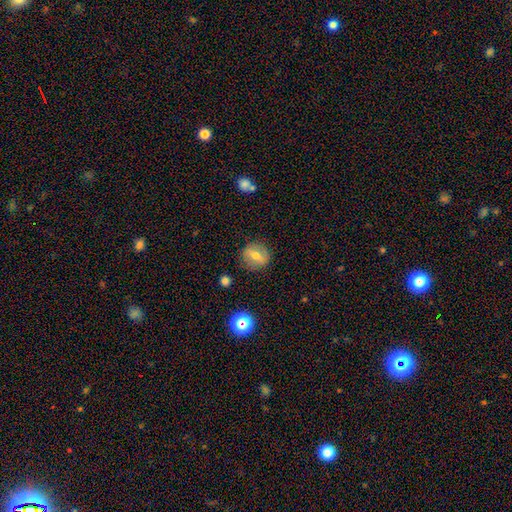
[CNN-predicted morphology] A smooth galaxy with no disk features (55%) that is round (81%). Merging: none (85%).